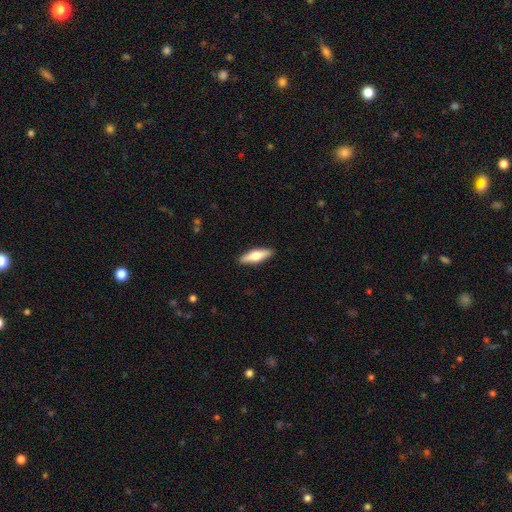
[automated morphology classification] The model was most divided on "how rounded": cigar-shaped: 55%, in between: 43%, round: 2%. More confident: merging — none (90%); smooth or featured — smooth (60%).